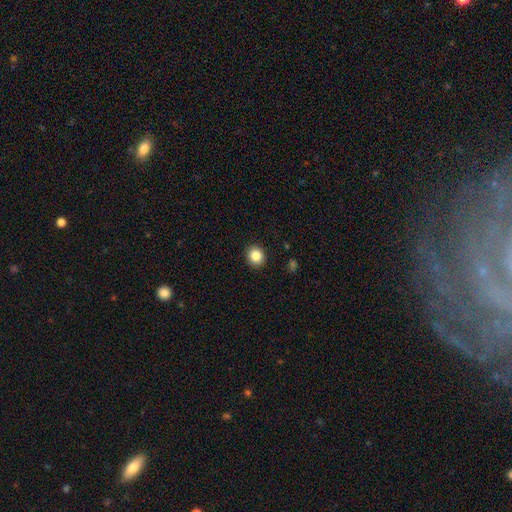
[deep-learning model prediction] A smooth galaxy with no disk features (85%) that is round (81%).

Vote fractions:
- Smooth or featured? smooth: 85% / star or artifact: 10% / featured or disk: 5%
- How rounded? round: 81% / in between: 18% / cigar-shaped: 1%
- Merging? none: 91% / minor disturbance: 6% / major disturbance: 2% / merger: 1%